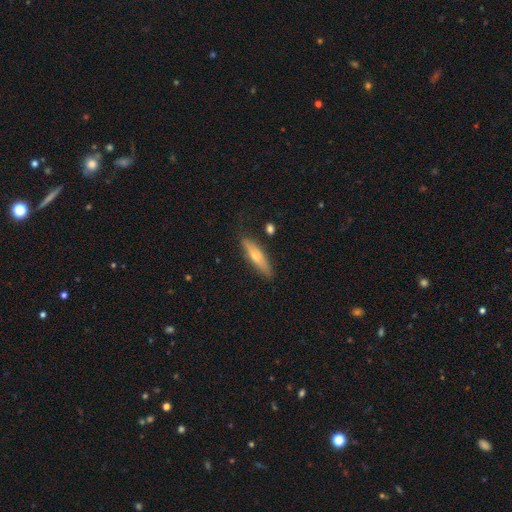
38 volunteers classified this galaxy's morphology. Smooth or featured: featured or disk — 55% (smooth — 42%)
Edge-on disk: yes — 100%
Edge-on bulge: rounded — 67% (boxy — 19%)
Merging: none — 84% (minor disturbance — 14%)